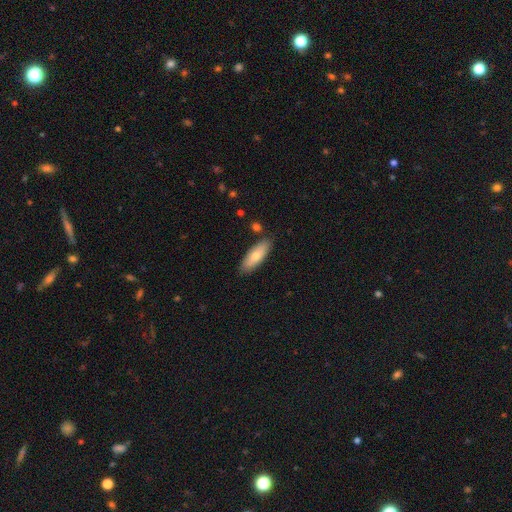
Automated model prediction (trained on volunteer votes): smooth 69%, featured or disk 26%, star or artifact 6%. Down the decision tree: how rounded — in between (61%); merging — none (85%).